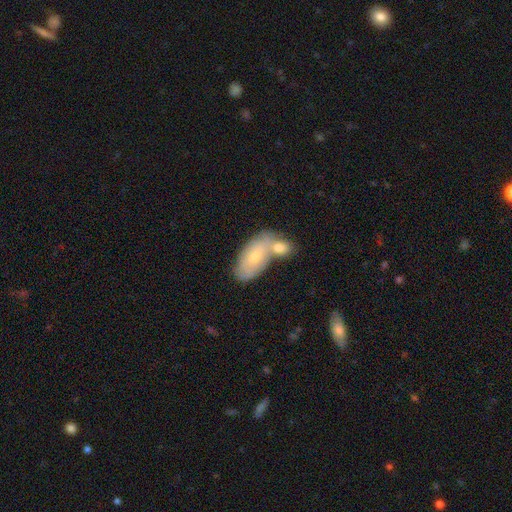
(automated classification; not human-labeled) A smooth galaxy with no disk features (59%) that is in between round and cigar-shaped (90%).

Vote fractions:
- Smooth or featured? smooth: 59% / featured or disk: 35% / star or artifact: 6%
- How rounded? in between: 90% / cigar-shaped: 5% / round: 5%
- Merging? merger: 50% / none: 33% / minor disturbance: 12% / major disturbance: 4%